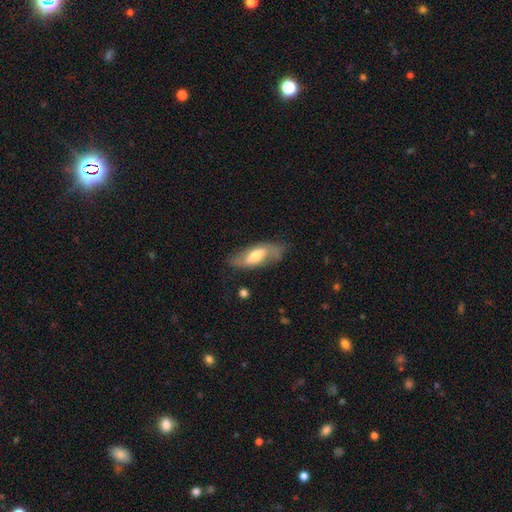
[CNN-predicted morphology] featured or disk 49%, smooth 45%, star or artifact 6%. Down the decision tree: merging — none (67%).